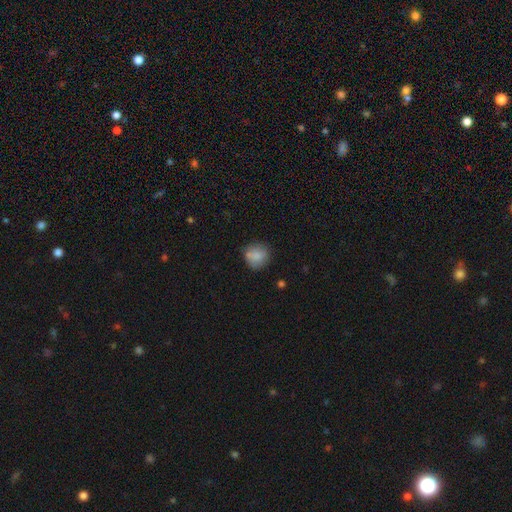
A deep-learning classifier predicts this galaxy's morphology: Smooth or featured? Predicted: smooth (p=0.81). How rounded? Predicted: round (p=0.84). Merging? Predicted: none (p=0.69).